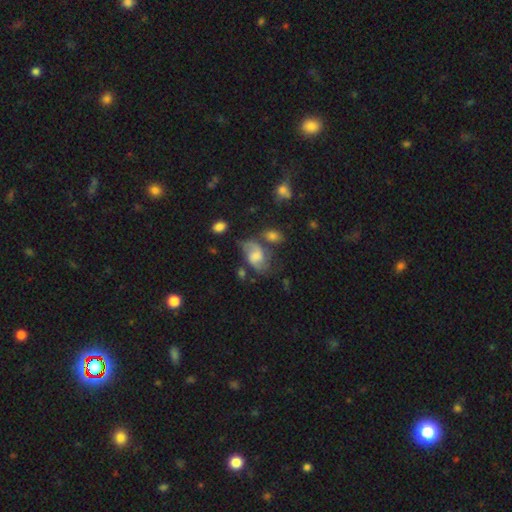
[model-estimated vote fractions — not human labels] Morphology: type=featured or disk (58%); edge-on=no (96%); bar=no (52%); spiral arms=yes (84%); bulge=moderate (37%); merging=none (47%).